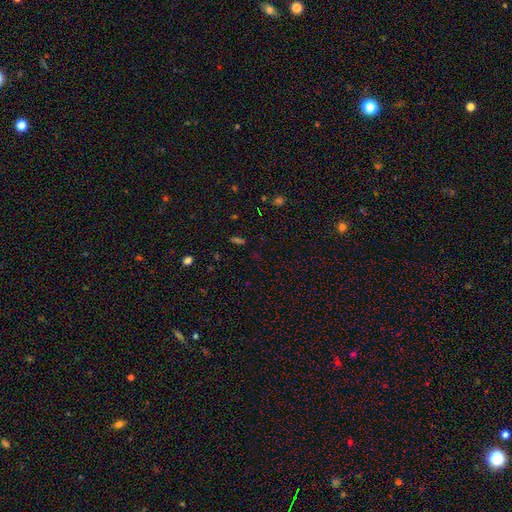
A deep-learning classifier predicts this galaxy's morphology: Q: Smooth or featured?
A: star or artifact (47%); runner-up: smooth (44%)